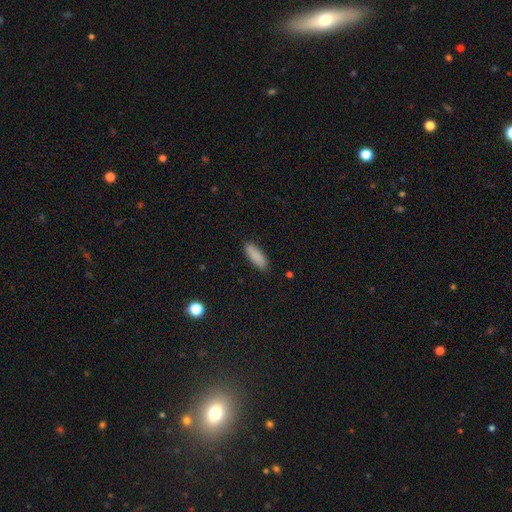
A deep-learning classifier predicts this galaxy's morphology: The model was most divided on "how rounded": in between: 54%, cigar-shaped: 45%, round: 2%. More confident: merging — none (88%); smooth or featured — smooth (88%).